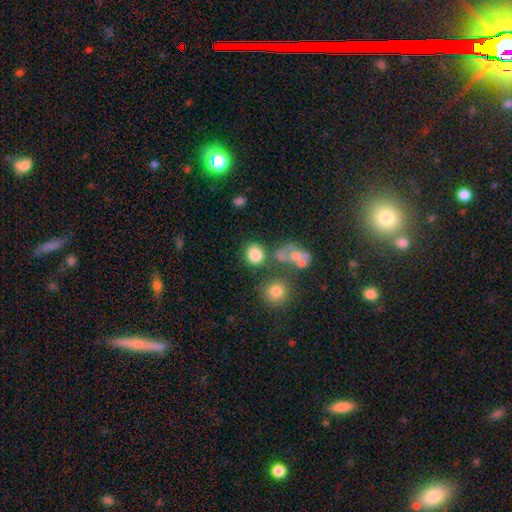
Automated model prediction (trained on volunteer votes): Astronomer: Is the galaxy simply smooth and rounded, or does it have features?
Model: smooth — 81%.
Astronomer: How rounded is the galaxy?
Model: round — 75%.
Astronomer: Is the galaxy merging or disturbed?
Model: none — 59%.